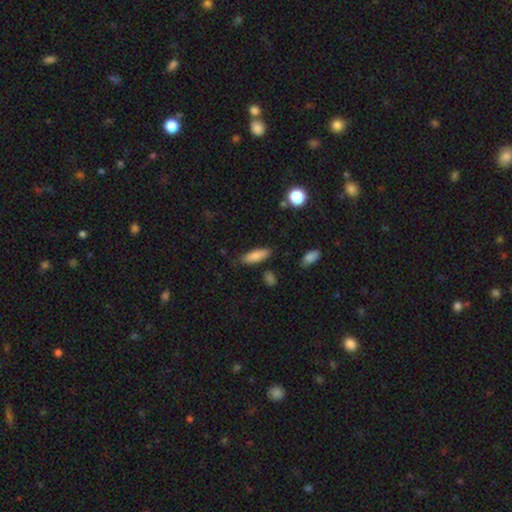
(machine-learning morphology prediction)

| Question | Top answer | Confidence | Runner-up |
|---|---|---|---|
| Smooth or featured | smooth | 83% | featured or disk (10%) |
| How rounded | in between | 59% | cigar-shaped (39%) |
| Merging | none | 79% | minor disturbance (15%) |